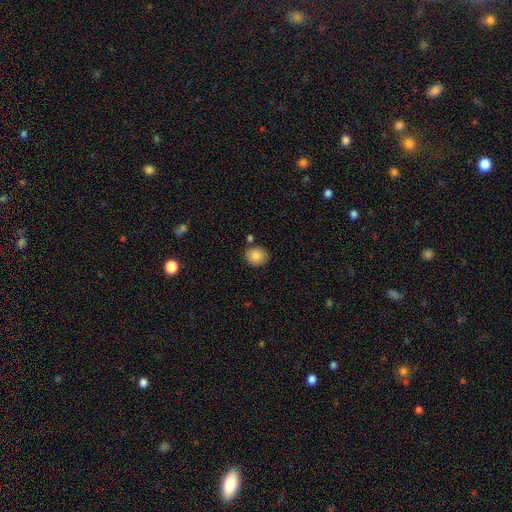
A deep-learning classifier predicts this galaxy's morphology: Smooth or featured? smooth (86%)
How rounded? round (81%)
Merging? none (83%)